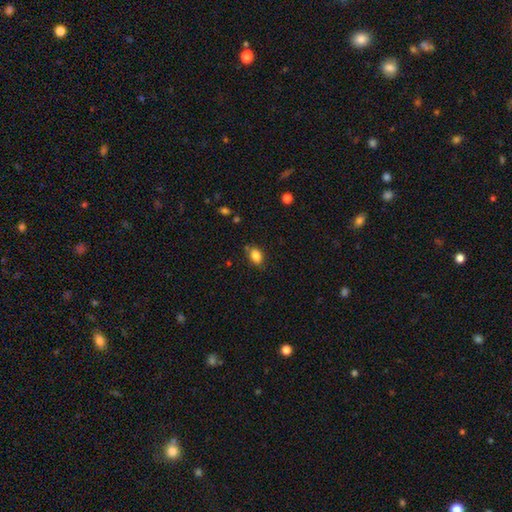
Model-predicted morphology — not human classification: smooth 85%, star or artifact 9%, featured or disk 6%. Down the decision tree: how rounded — in between (81%); merging — none (77%).